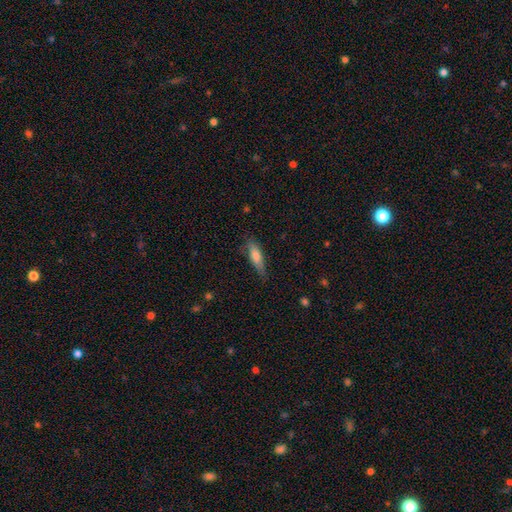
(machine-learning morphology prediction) Smooth or featured? smooth (71%)
How rounded? cigar-shaped (51%)
Merging? none (72%)